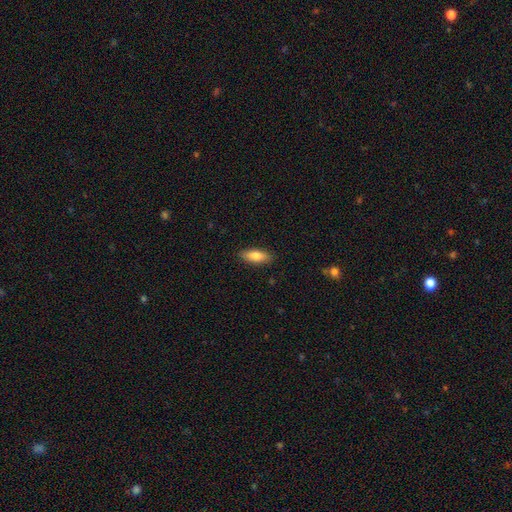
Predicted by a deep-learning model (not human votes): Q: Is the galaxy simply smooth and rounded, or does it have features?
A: smooth — 81%.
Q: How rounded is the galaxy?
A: in between — 74%.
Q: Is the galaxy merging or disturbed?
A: none — 87%.